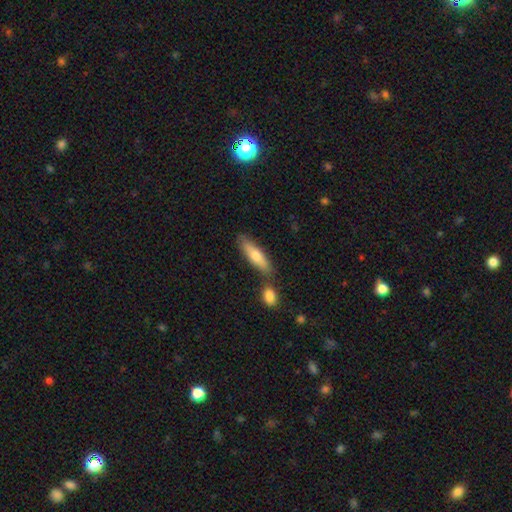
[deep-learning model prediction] Morphology: type=smooth (67%); roundness=cigar-shaped (66%); merging=none (69%).